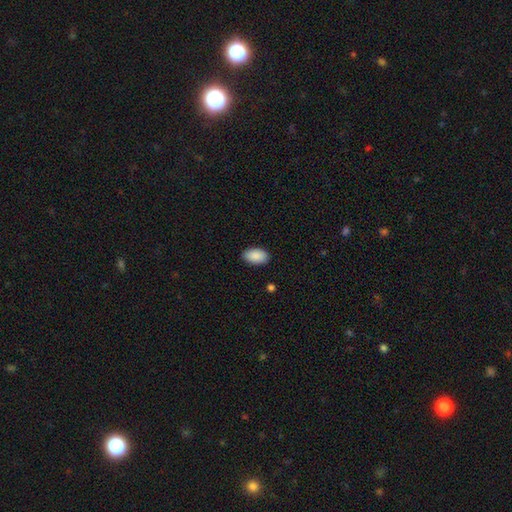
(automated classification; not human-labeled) Smooth or featured? smooth (90%)
How rounded? in between (94%)
Merging? none (88%)